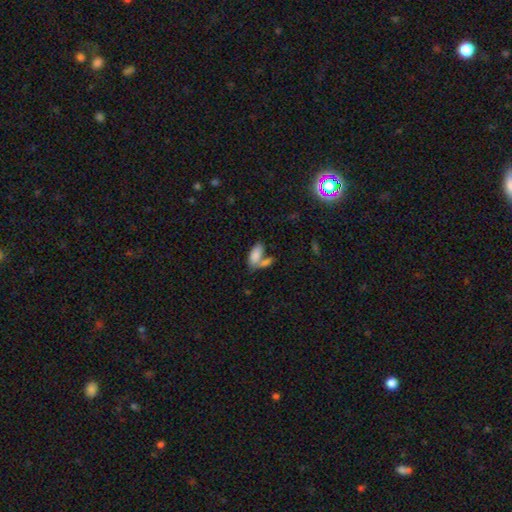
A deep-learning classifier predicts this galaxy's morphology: Smooth or featured? Predicted: smooth (p=0.82). How rounded? Predicted: in between (p=0.89). Merging? Predicted: merger (p=0.50).